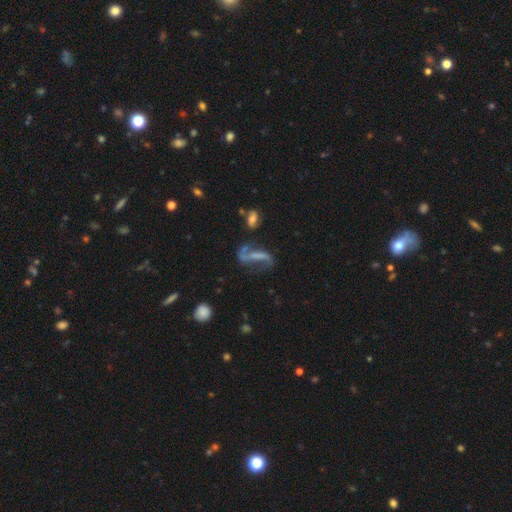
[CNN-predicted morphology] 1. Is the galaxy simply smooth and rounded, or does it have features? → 70% featured or disk, 18% smooth, 12% star or artifact.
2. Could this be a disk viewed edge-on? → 91% no, 9% yes.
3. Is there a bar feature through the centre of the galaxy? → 47% strong, 27% weak, 26% no.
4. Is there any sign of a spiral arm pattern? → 82% yes, 18% no.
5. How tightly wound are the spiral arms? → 81% loose, 14% medium, 4% tight.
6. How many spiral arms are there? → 85% 2, 8% 1, 4% can't tell, 1% 3, 1% 4, 1% more than 4.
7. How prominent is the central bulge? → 64% none, 20% small, 11% moderate, 4% large, 2% dominant.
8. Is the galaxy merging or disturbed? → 46% none, 24% major disturbance, 19% minor disturbance, 11% merger.